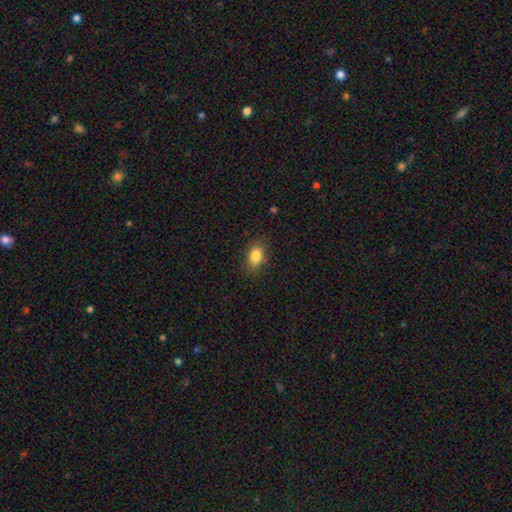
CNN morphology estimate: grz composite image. It shows a smooth galaxy with no disk features (84%) that is in between round and cigar-shaped (79%). Merging: none (83%).